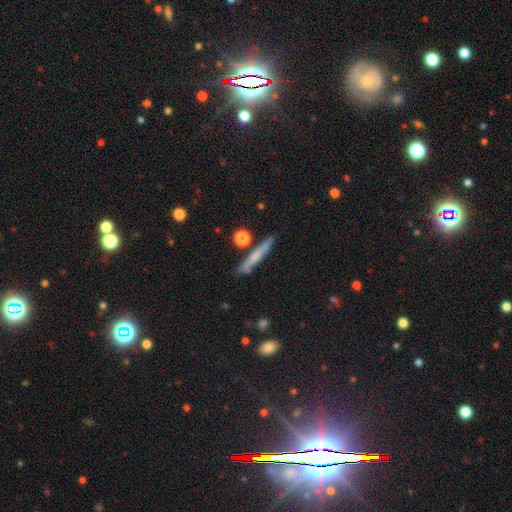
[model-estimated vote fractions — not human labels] Smooth or featured? smooth (54%)
How rounded? cigar-shaped (93%)
Merging? none (83%)